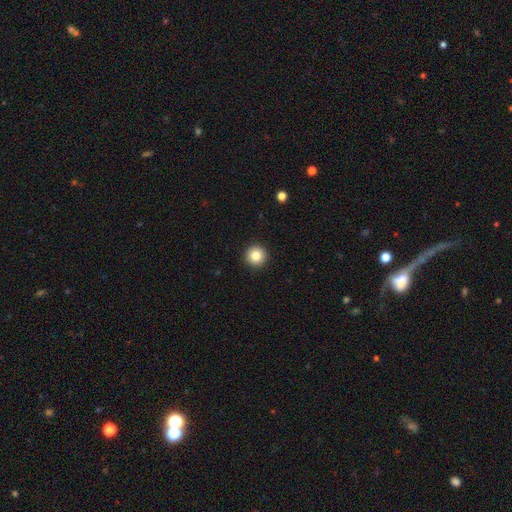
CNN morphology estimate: smooth-or-featured: smooth: 84% | star or artifact: 10% | featured or disk: 6%
  how-rounded: round: 96% | in between: 3% | cigar-shaped: 1%
  merging: none: 93% | minor disturbance: 4% | major disturbance: 2% | merger: 1%